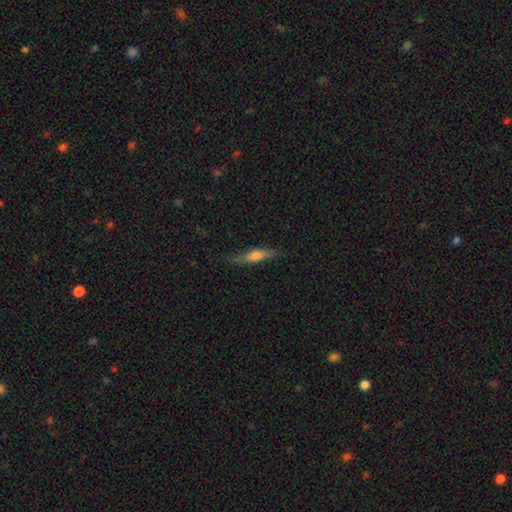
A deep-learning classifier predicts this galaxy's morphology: smooth-or-featured: smooth: 54% | featured or disk: 40% | star or artifact: 7%
  how-rounded: cigar-shaped: 76% | in between: 21% | round: 2%
  merging: none: 77% | minor disturbance: 18% | major disturbance: 4% | merger: 1%